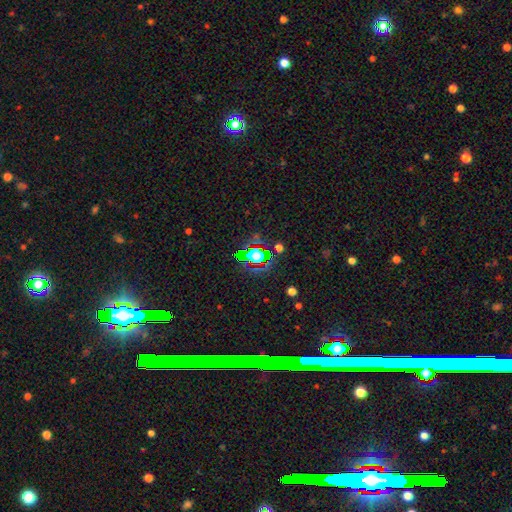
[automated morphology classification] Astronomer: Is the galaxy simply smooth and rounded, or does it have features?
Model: star or artifact — 60%.